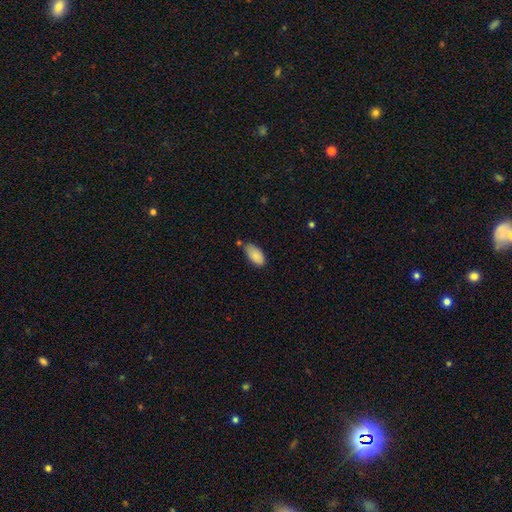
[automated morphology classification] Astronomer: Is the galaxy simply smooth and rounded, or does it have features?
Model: smooth — 87%.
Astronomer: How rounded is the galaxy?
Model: in between — 94%.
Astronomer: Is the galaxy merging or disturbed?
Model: none — 62%.